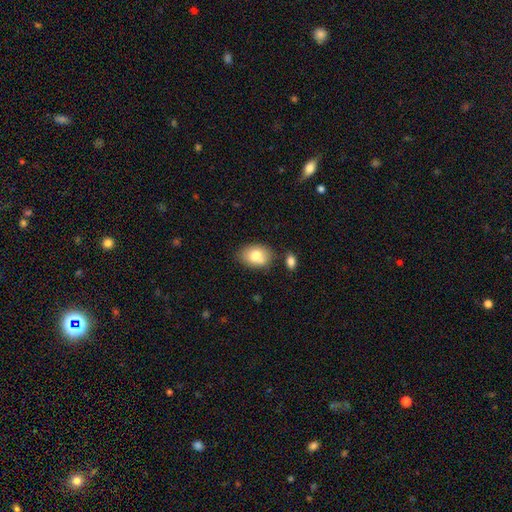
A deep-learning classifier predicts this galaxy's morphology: smooth_or_featured: smooth (p=0.77) [alt: featured or disk p=0.15]
how_rounded: in between (p=0.74) [alt: round p=0.25]
merging: none (p=0.67) [alt: minor disturbance p=0.18]